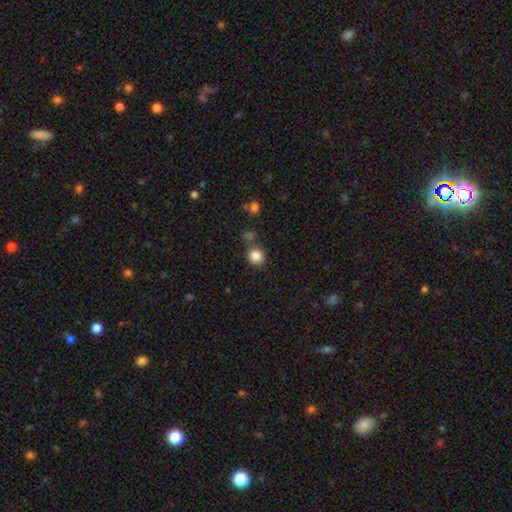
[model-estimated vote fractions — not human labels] Overall: smooth (85%). How rounded: round (82%). Merging: none (72%).